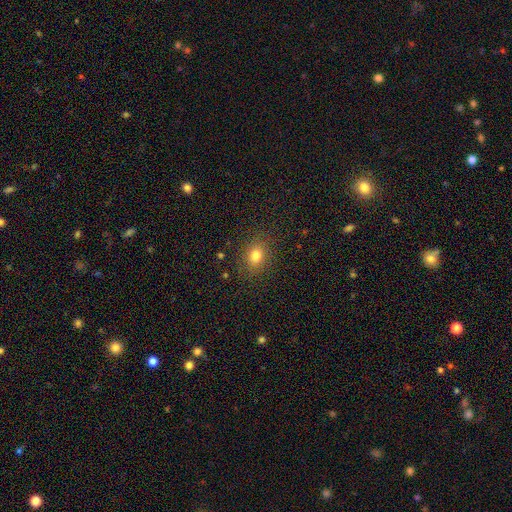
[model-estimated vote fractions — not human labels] This appears to be a smooth galaxy with no disk features (79%) that is in between round and cigar-shaped (54%). Merging: none (85%).